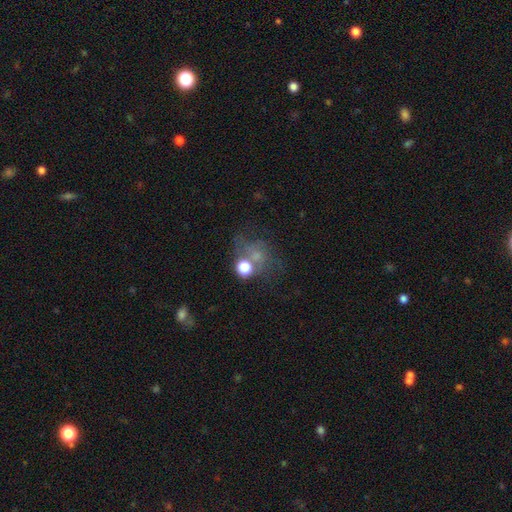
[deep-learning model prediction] Smooth or featured? Predicted: smooth (p=0.36). Merging? Predicted: none (p=0.47).